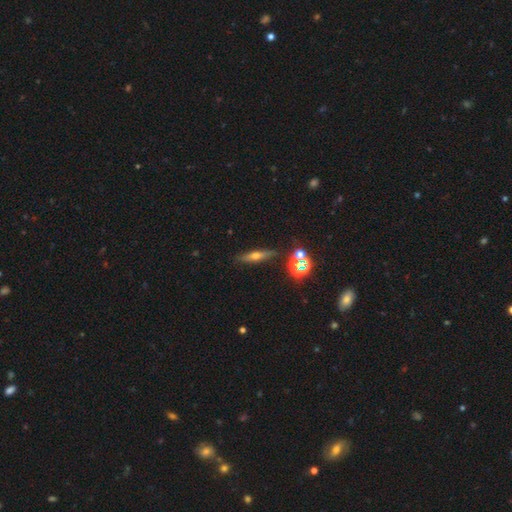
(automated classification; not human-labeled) smooth_or_featured: featured or disk (p=0.45) [alt: smooth p=0.39]
merging: none (p=0.86) [alt: minor disturbance p=0.08]